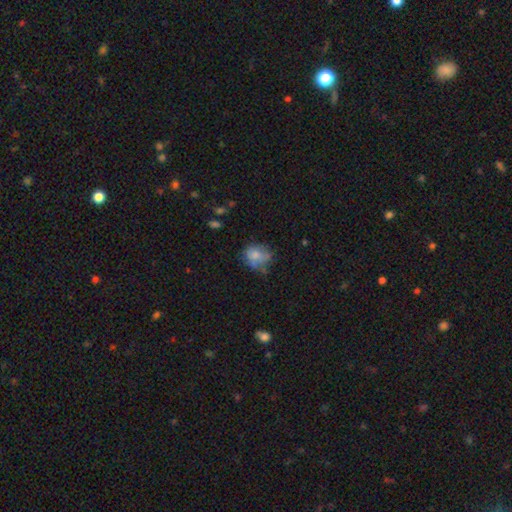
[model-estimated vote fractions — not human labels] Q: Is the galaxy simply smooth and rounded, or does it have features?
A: smooth — 69%.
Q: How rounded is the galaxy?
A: round — 56%.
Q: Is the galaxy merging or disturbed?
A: none — 44%.